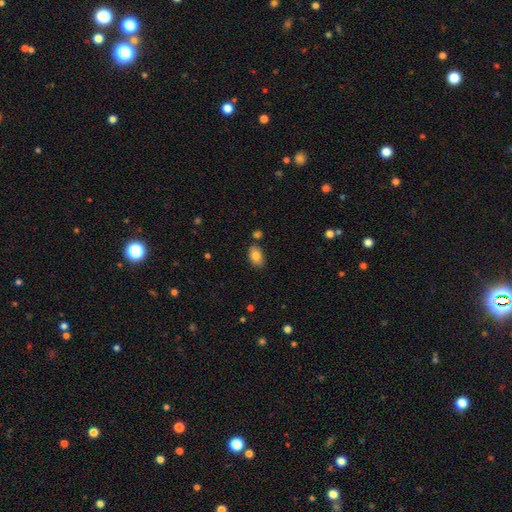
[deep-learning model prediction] This is clearly a smooth galaxy (83%). How rounded: clearly in between (88%). Merging: likely none (76%).